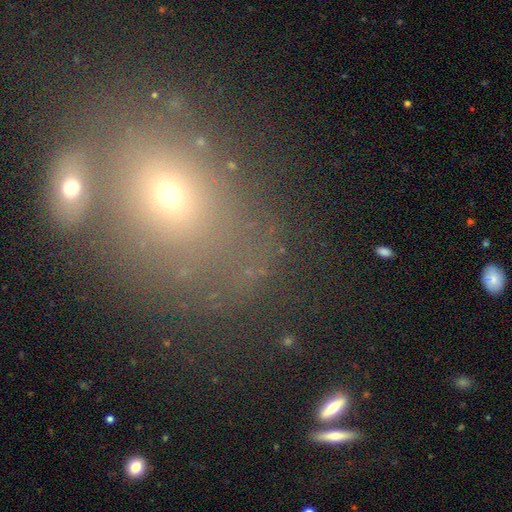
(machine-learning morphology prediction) Q: Smooth or featured?
A: smooth (53%); runner-up: star or artifact (26%)
Q: How rounded?
A: in between (53%); runner-up: round (45%)
Q: Merging?
A: none (59%); runner-up: merger (18%)